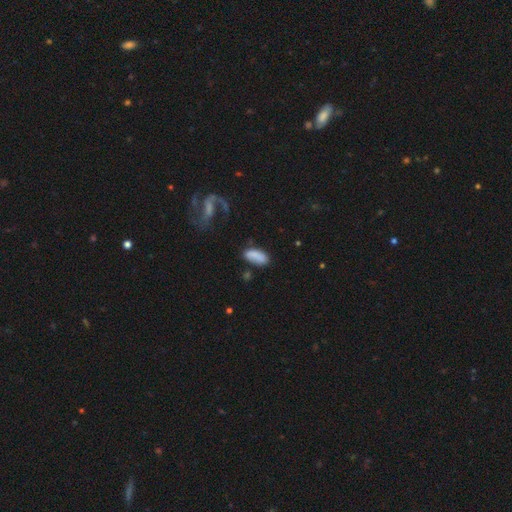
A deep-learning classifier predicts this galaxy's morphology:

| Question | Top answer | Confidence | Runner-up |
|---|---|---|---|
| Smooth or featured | smooth | 81% | featured or disk (11%) |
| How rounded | in between | 87% | cigar-shaped (10%) |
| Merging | none | 63% | minor disturbance (22%) |